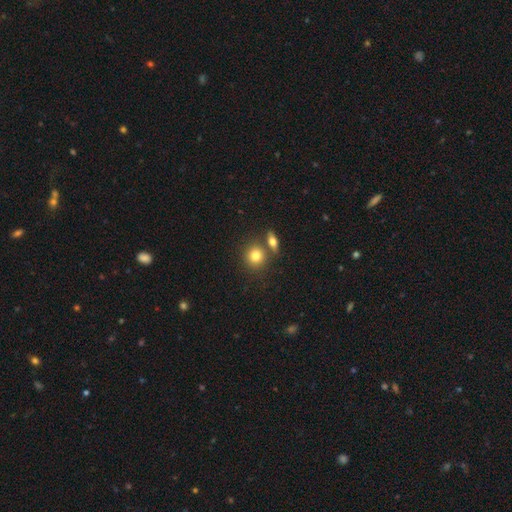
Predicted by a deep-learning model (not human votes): Smooth or featured? Predicted: smooth (p=0.80). How rounded? Predicted: round (p=0.82). Merging? Predicted: none (p=0.64).